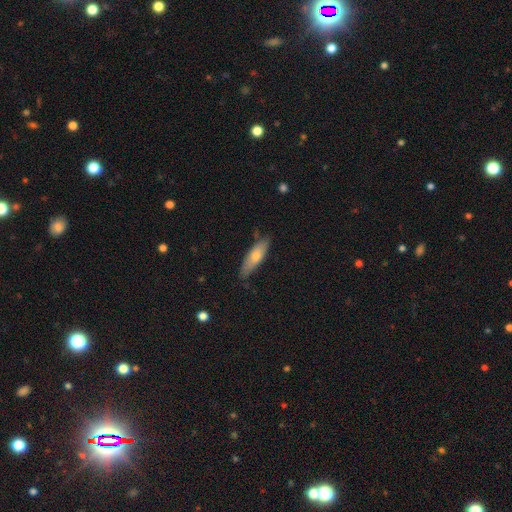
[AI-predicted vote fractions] Q: Smooth or featured?
A: smooth (65%); runner-up: featured or disk (29%)
Q: How rounded?
A: cigar-shaped (57%); runner-up: in between (41%)
Q: Merging?
A: none (77%); runner-up: minor disturbance (18%)